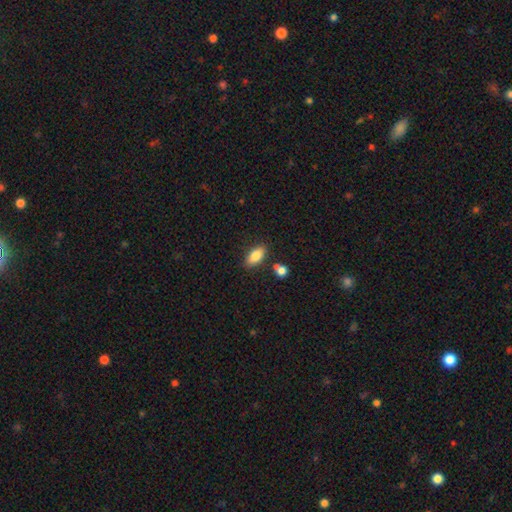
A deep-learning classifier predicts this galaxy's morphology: This is clearly a smooth galaxy (82%). How rounded: clearly in between (87%). Merging: likely none (80%).